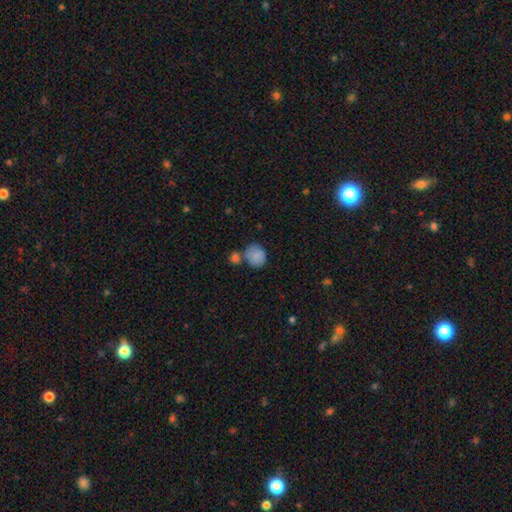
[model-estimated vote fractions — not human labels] Smooth or featured?
  - smooth: 84% *
  - featured or disk: 8%
  - star or artifact: 8%
How rounded?
  - round: 74% *
  - in between: 25%
  - cigar-shaped: 1%
Merging?
  - none: 48% *
  - merger: 30%
  - minor disturbance: 16%
  - major disturbance: 6%